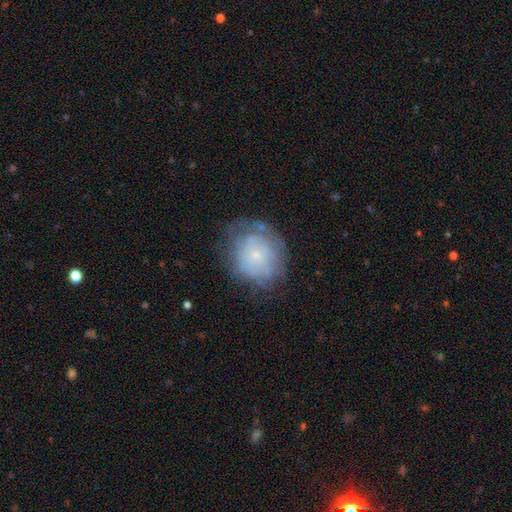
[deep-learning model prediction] Smooth or featured? Predicted: featured or disk (p=0.49). Merging? Predicted: none (p=0.62).